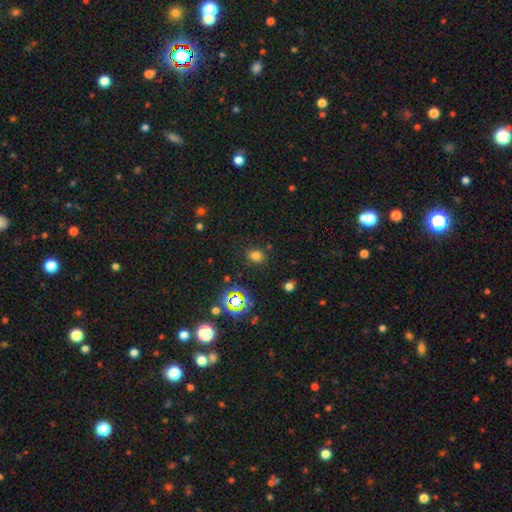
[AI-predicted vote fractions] Smooth or featured: smooth — 70% (star or artifact — 24%)
How rounded: round — 50% (in between — 49%)
Merging: none — 84% (minor disturbance — 10%)